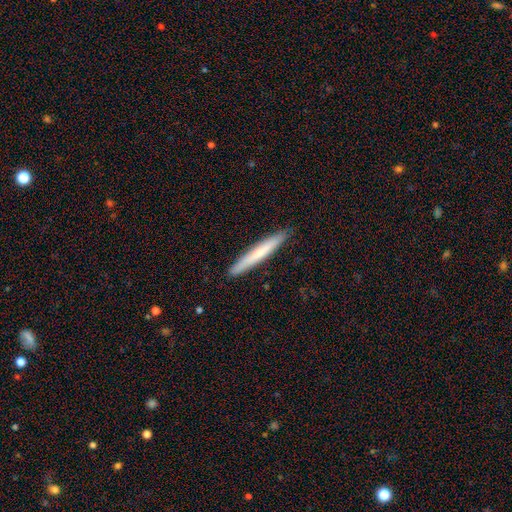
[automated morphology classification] Overall: smooth (64%; featured or disk 30%). How rounded: cigar-shaped (96%). Merging: none (91%).